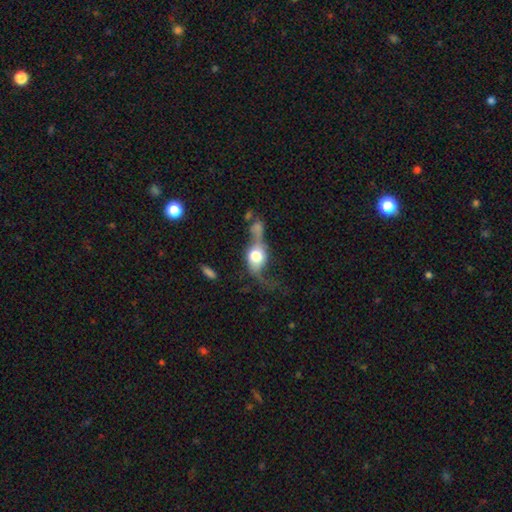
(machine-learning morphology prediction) This appears to be a featured or disk galaxy (54%). Merging: major disturbance (32%).